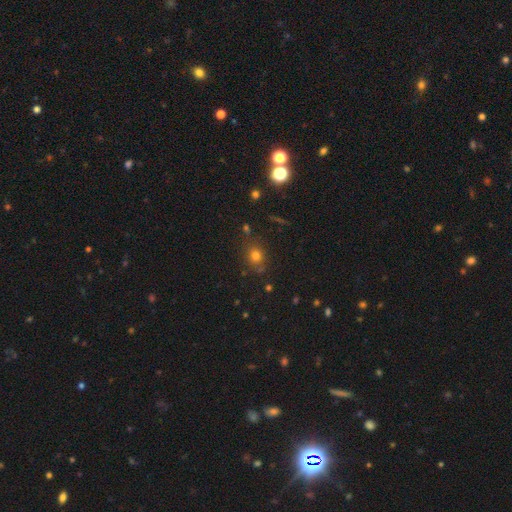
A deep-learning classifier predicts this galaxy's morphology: This appears to be a smooth galaxy with no disk features (72%) that is round (76%). Merging: none (77%).